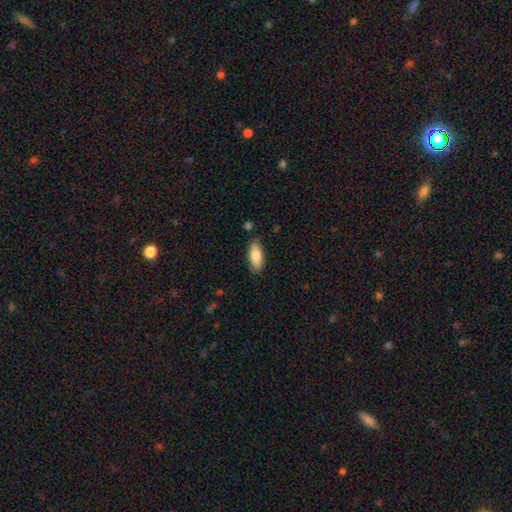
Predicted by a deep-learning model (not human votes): Smooth or featured? Predicted: smooth (p=0.82). How rounded? Predicted: in between (p=0.83). Merging? Predicted: none (p=0.84).